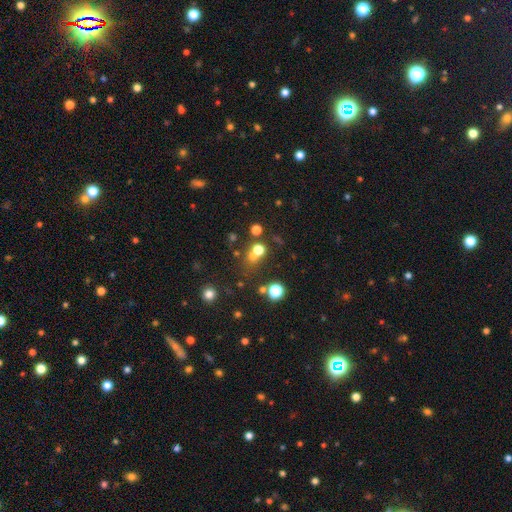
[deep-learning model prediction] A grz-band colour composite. It shows a smooth galaxy with no disk features (61%) that is round (82%). Merging: none (53%).